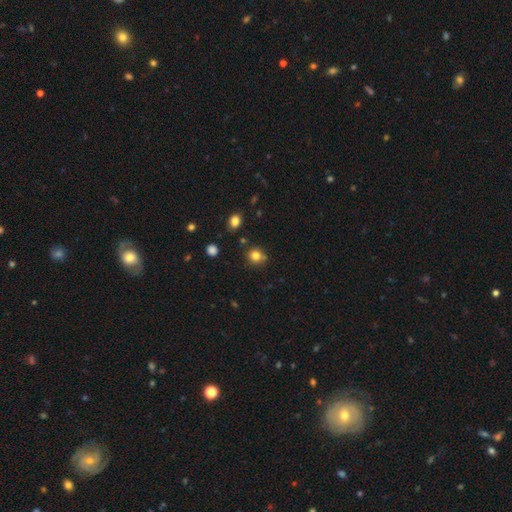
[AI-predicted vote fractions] Smooth or featured?
  - smooth: 80% *
  - star or artifact: 13%
  - featured or disk: 7%
How rounded?
  - round: 85% *
  - in between: 14%
  - cigar-shaped: 1%
Merging?
  - none: 75% *
  - minor disturbance: 14%
  - merger: 8%
  - major disturbance: 3%